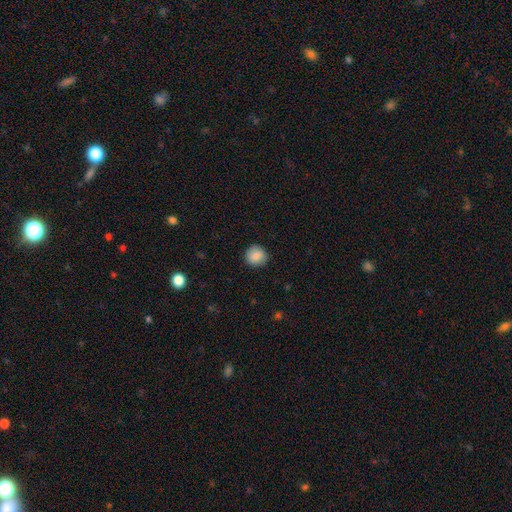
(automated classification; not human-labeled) Overall: smooth (86%). How rounded: round (91%). Merging: none (88%).